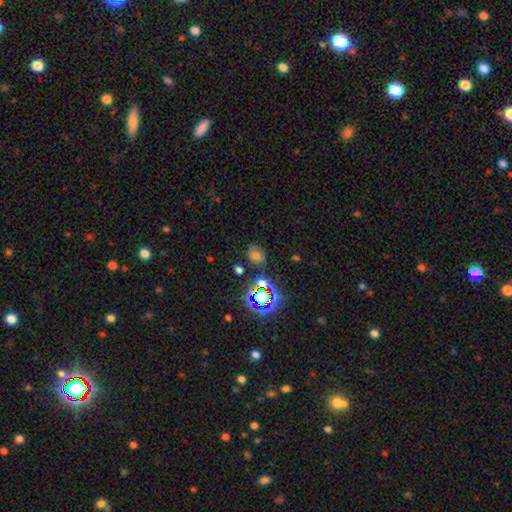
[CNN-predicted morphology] Smooth or featured: smooth — 58% (star or artifact — 29%)
How rounded: in between — 52% (round — 47%)
Merging: none — 71% (minor disturbance — 17%)